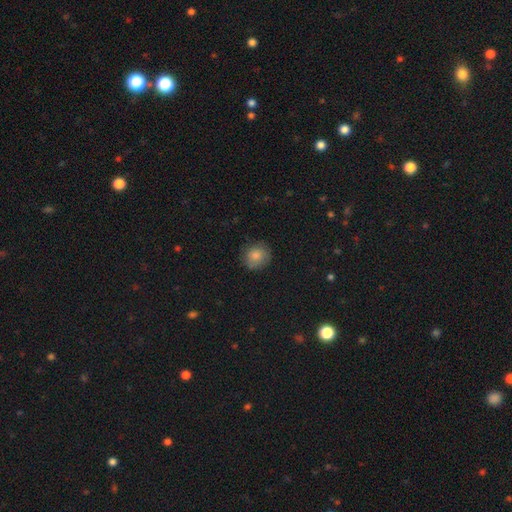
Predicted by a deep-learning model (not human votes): Smooth or featured?
  - smooth: 83% *
  - star or artifact: 9%
  - featured or disk: 8%
How rounded?
  - round: 86% *
  - in between: 13%
  - cigar-shaped: 1%
Merging?
  - none: 82% *
  - minor disturbance: 14%
  - major disturbance: 3%
  - merger: 1%